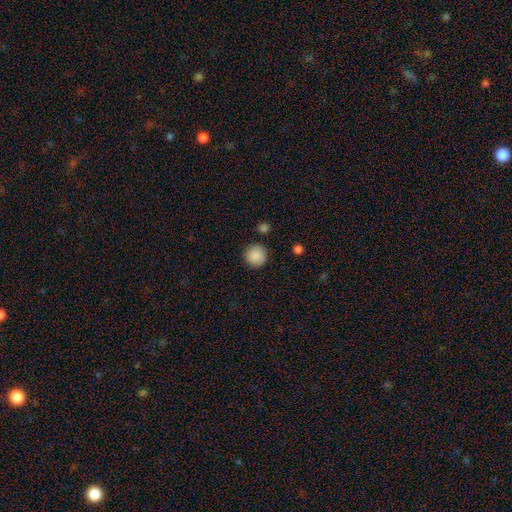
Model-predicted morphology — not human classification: smooth_or_featured: smooth (p=0.88) [alt: star or artifact p=0.08]
how_rounded: round (p=0.94) [alt: in between p=0.05]
merging: none (p=0.87) [alt: minor disturbance p=0.08]